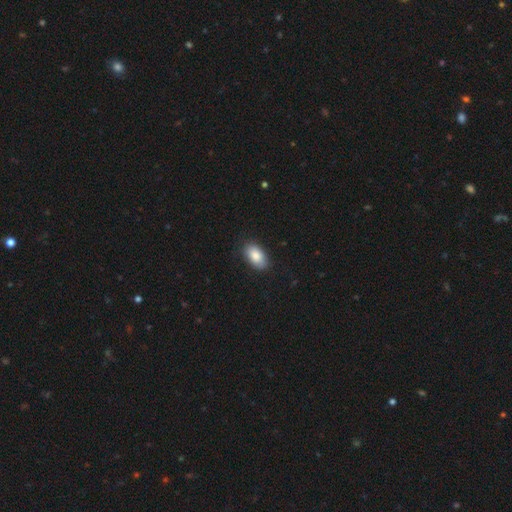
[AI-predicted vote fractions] This is clearly a smooth galaxy (86%). How rounded: clearly in between (93%). Merging: clearly none (84%).